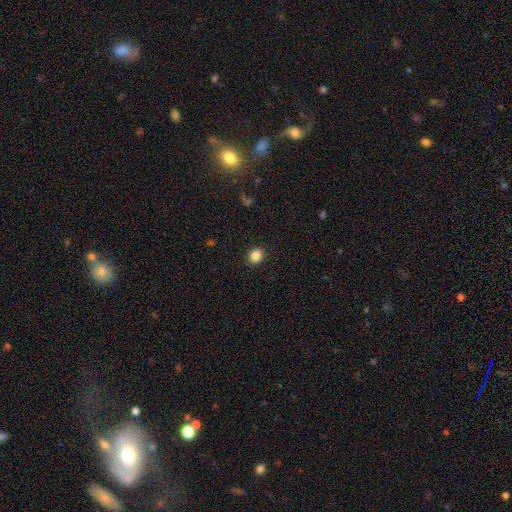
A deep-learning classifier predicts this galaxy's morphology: smooth 86%, star or artifact 11%, featured or disk 4%. Down the decision tree: how rounded — round (80%); merging — none (92%).